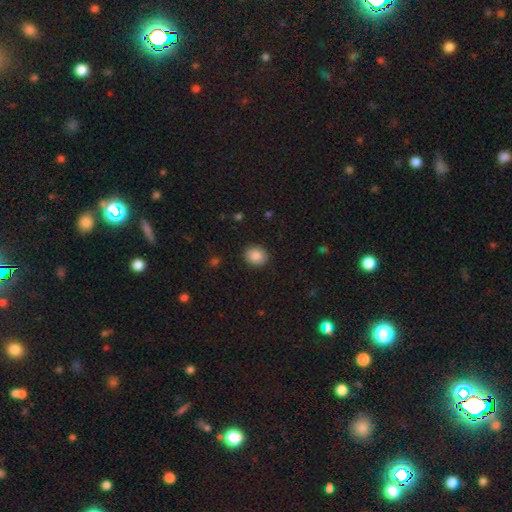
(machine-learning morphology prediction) smooth_or_featured: smooth (p=0.87) [alt: star or artifact p=0.08]
how_rounded: round (p=0.68) [alt: in between p=0.31]
merging: none (p=0.90) [alt: minor disturbance p=0.07]